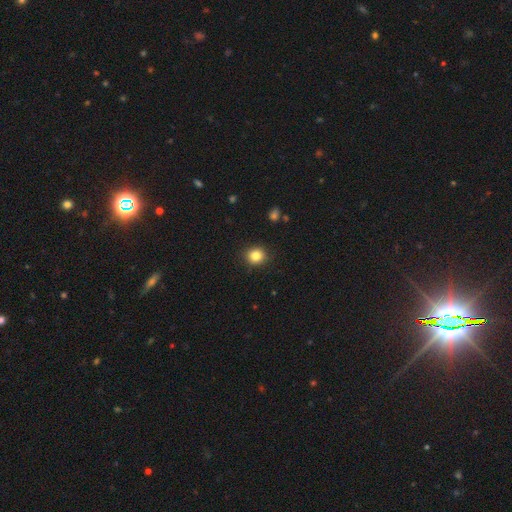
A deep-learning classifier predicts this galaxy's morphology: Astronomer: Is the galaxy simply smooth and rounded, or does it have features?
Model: smooth — 84%.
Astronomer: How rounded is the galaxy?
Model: round — 86%.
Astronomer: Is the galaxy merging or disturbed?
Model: none — 91%.